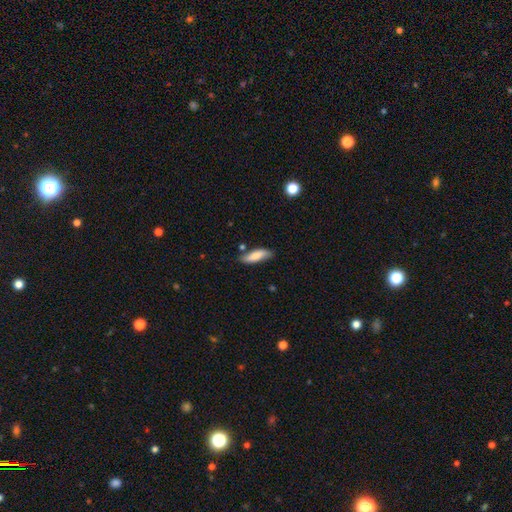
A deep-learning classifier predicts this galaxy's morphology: A smooth galaxy with no disk features (79%) that is in between round and cigar-shaped (56%). Merging: none (73%).